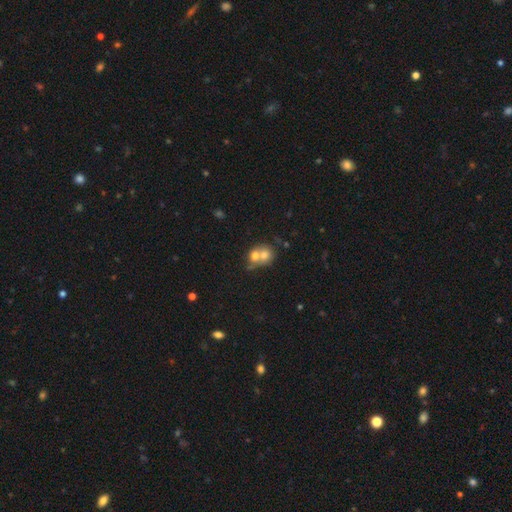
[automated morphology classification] smooth 69%, featured or disk 22%, star or artifact 10%. Down the decision tree: how rounded — round (69%); merging — merger (68%).